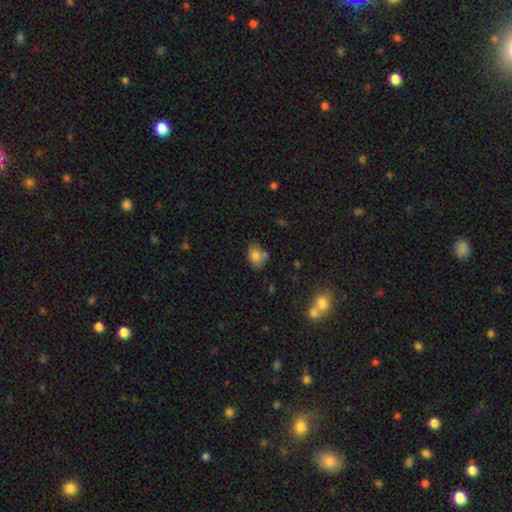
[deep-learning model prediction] Smooth or featured? Predicted: smooth (p=0.77). How rounded? Predicted: in between (p=0.65). Merging? Predicted: none (p=0.53).